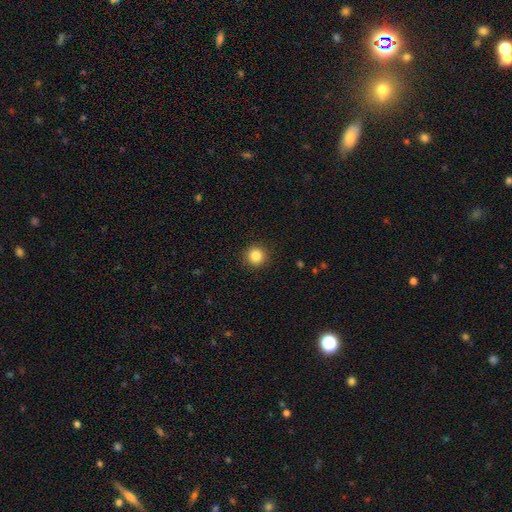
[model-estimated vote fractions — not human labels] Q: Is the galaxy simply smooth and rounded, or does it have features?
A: smooth — 85%.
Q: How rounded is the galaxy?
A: round — 94%.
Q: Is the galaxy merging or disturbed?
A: none — 92%.